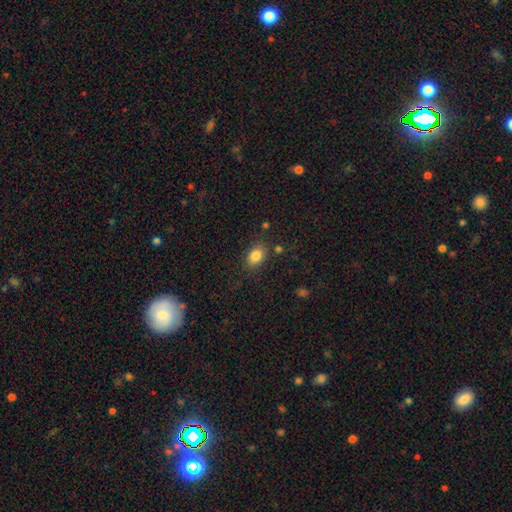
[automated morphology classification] Smooth or featured: smooth — 84% (star or artifact — 10%)
How rounded: in between — 74% (round — 25%)
Merging: none — 81% (minor disturbance — 12%)